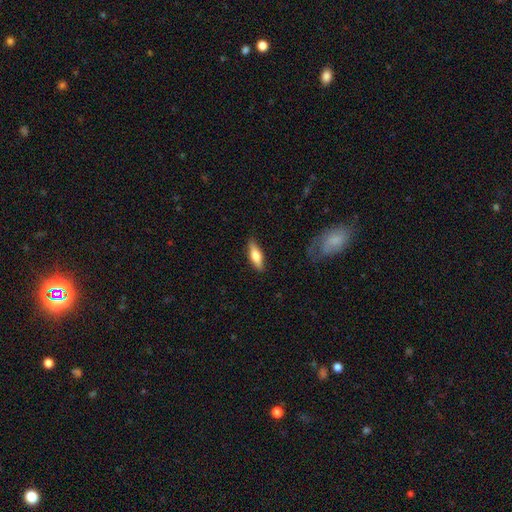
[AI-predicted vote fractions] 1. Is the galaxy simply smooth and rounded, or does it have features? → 64% smooth, 30% featured or disk, 6% star or artifact.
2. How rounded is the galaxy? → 49% in between (tied), 49% cigar-shaped (tied), 2% round.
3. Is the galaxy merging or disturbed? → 87% none, 10% minor disturbance, 2% major disturbance, 1% merger.